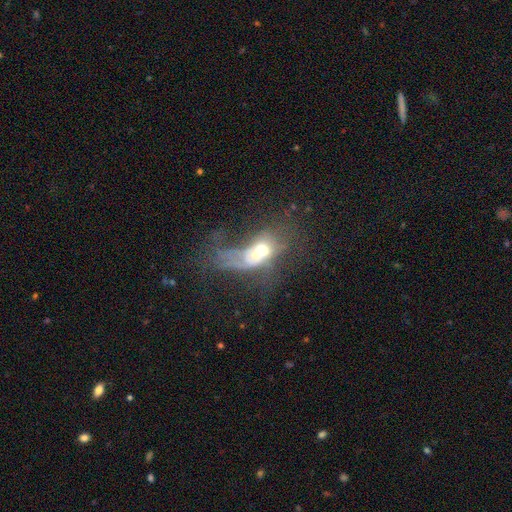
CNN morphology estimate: Smooth or featured?
  - featured or disk: 51% *
  - smooth: 37%
  - star or artifact: 12%
Edge-on disk?
  - no: 93% *
  - yes: 7%
Merging?
  - merger: 68% *
  - major disturbance: 19%
  - none: 8%
  - minor disturbance: 5%